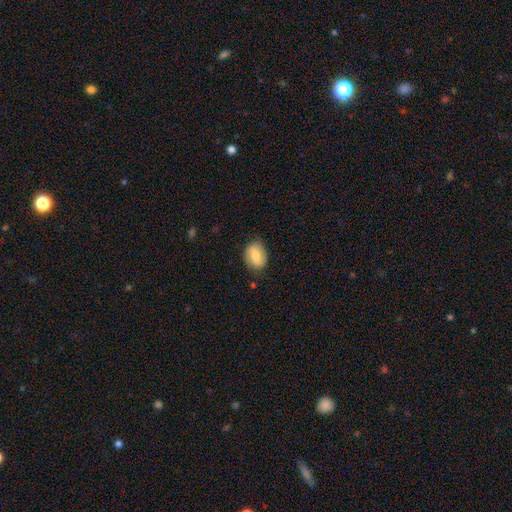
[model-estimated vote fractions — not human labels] The model was most divided on "how rounded": in between: 67%, round: 31%, cigar-shaped: 1%. More confident: merging — none (77%); smooth or featured — smooth (69%).